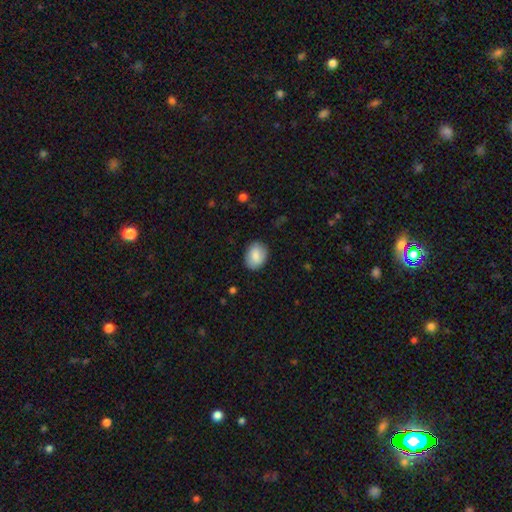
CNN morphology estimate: smooth_or_featured: smooth (p=0.83) [alt: featured or disk p=0.11]
how_rounded: in between (p=0.70) [alt: round p=0.29]
merging: none (p=0.83) [alt: minor disturbance p=0.13]